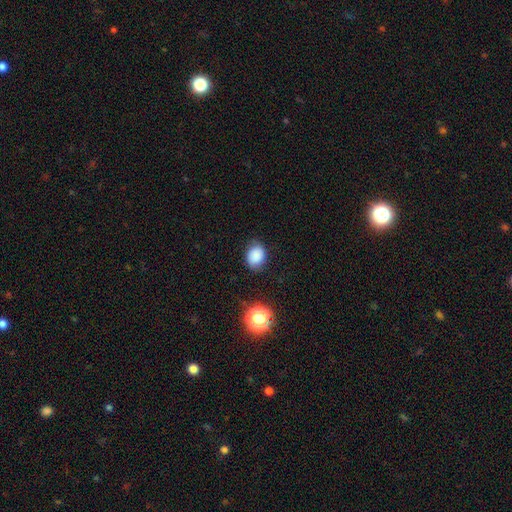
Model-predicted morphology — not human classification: smooth 85%, star or artifact 11%, featured or disk 5%. Down the decision tree: how rounded — in between (56%); merging — none (79%).